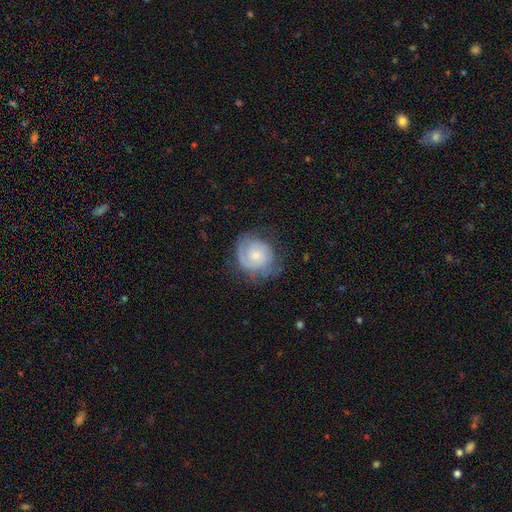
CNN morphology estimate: Smooth or featured? featured or disk (64%)
Edge-on disk? no (98%)
Bar? no (73%)
Spiral arms? yes (87%)
Spiral winding? tight (58%)
Spiral arm count? 2 (34%)
Bulge size? small (49%)
Merging? none (61%)